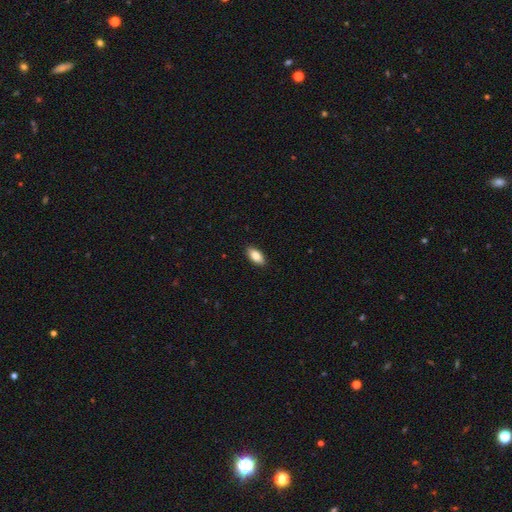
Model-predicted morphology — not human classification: This appears to be a smooth galaxy with no disk features (85%) that is in between round and cigar-shaped (90%). Merging: none (90%).